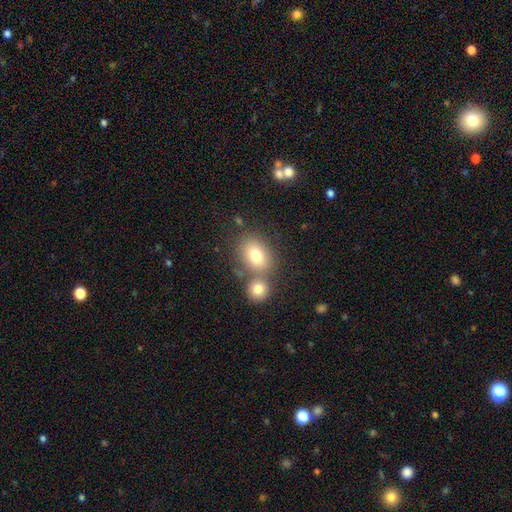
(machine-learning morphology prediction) Smooth or featured? Predicted: smooth (p=0.76). How rounded? Predicted: in between (p=0.61). Merging? Predicted: none (p=0.53).